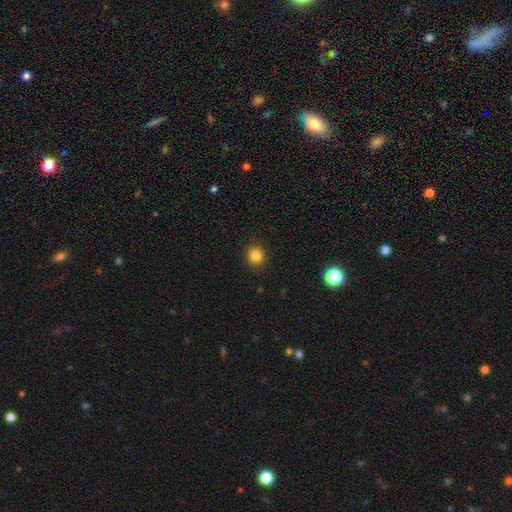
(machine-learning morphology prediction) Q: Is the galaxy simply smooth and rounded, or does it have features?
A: smooth — 84%.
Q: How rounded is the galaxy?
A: round — 90%.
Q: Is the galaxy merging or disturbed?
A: none — 91%.